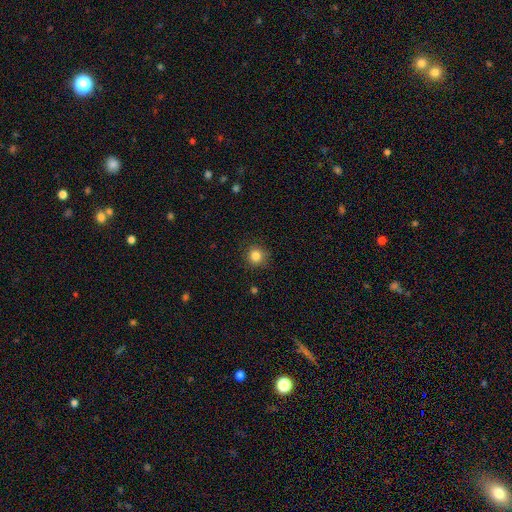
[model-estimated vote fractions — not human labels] Smooth or featured: smooth — 83% (star or artifact — 12%)
How rounded: round — 92% (in between — 7%)
Merging: none — 88% (minor disturbance — 8%)